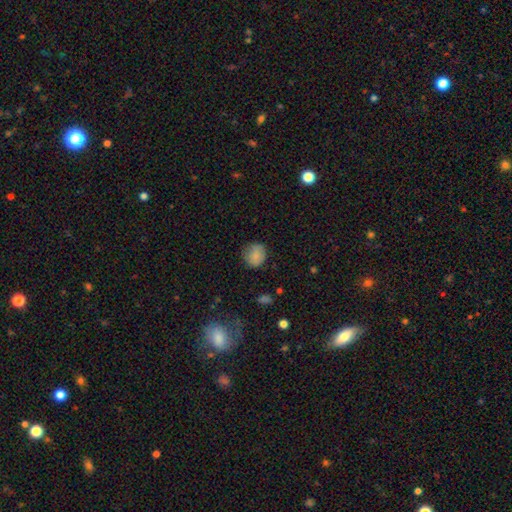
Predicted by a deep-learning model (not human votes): A smooth galaxy with no disk features (84%) that is round (79%). Merging: none (76%).